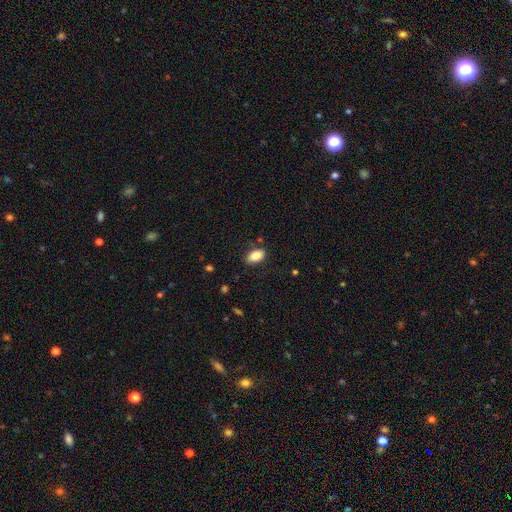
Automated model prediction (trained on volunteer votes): Smooth or featured?
  - smooth: 86% *
  - star or artifact: 8%
  - featured or disk: 6%
How rounded?
  - in between: 92% *
  - round: 6%
  - cigar-shaped: 2%
Merging?
  - none: 82% *
  - minor disturbance: 12%
  - major disturbance: 3%
  - merger: 2%